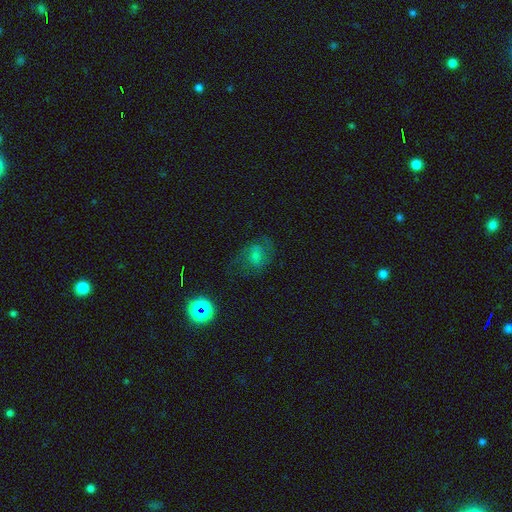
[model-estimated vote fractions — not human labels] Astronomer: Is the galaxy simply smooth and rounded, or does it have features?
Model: featured or disk — 48% (runner-up: smooth, 32%).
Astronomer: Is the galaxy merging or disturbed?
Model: none — 62%.